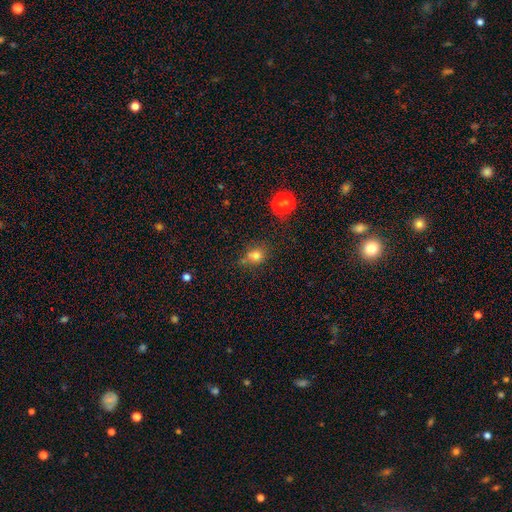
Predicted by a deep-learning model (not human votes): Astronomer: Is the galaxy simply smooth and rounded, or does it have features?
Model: smooth — 76%.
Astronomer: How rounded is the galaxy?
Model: round — 66%.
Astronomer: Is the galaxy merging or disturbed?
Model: none — 58%.